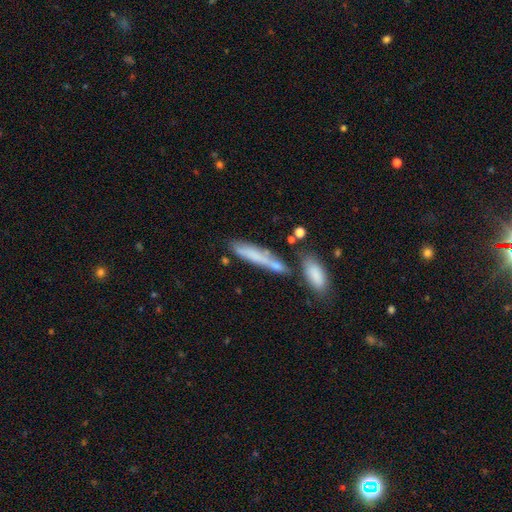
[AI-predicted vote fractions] Smooth or featured: smooth — 67% (featured or disk — 25%)
How rounded: cigar-shaped — 83% (in between — 15%)
Merging: none — 51% (merger — 24%)